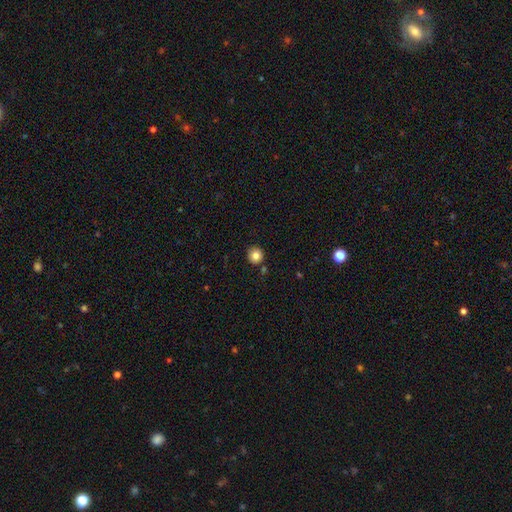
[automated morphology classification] type=smooth (82%); roundness=round (93%); merging=none (86%).